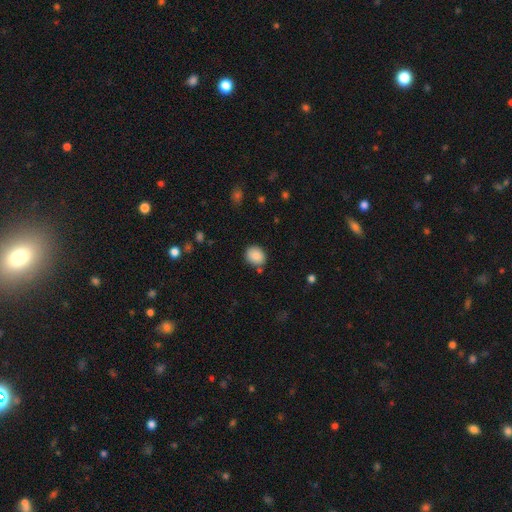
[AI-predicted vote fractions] This is clearly a smooth galaxy (87%). How rounded: likely round (61%). Merging: likely none (79%).